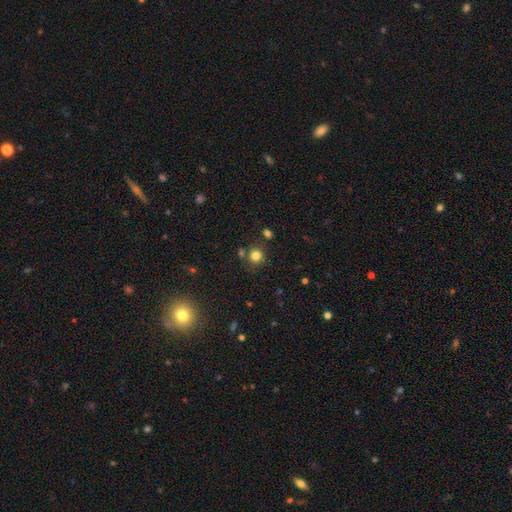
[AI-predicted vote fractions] Smooth or featured?
  - smooth: 80% *
  - star or artifact: 14%
  - featured or disk: 6%
How rounded?
  - round: 90% *
  - in between: 9%
  - cigar-shaped: 1%
Merging?
  - none: 79% *
  - minor disturbance: 9%
  - merger: 8%
  - major disturbance: 3%